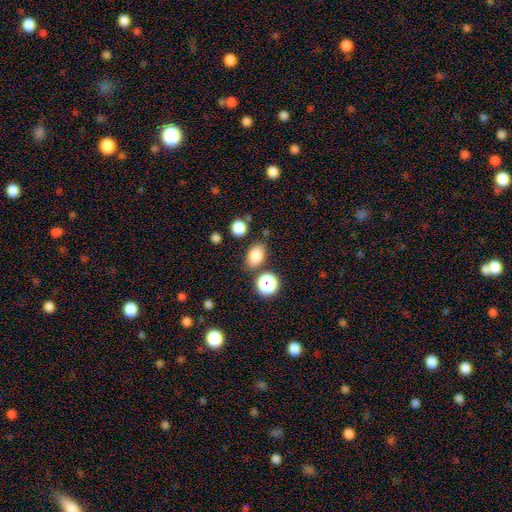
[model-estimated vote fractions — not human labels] A smooth galaxy with no disk features (80%) that is in between round and cigar-shaped (74%). Merging: none (79%).